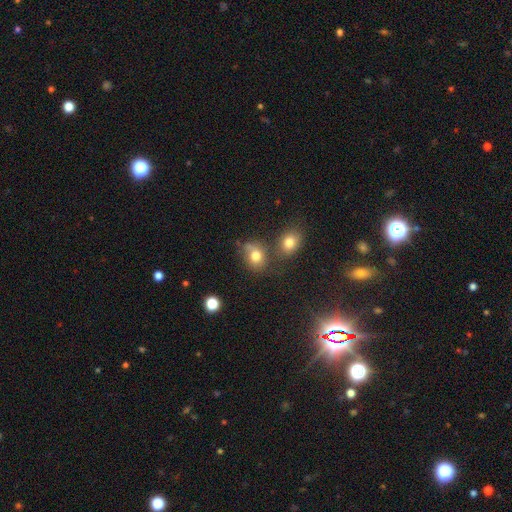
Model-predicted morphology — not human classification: Smooth or featured?
  - smooth: 76% *
  - star or artifact: 13%
  - featured or disk: 11%
How rounded?
  - round: 55% *
  - in between: 43%
  - cigar-shaped: 1%
Merging?
  - none: 53% *
  - merger: 22%
  - minor disturbance: 18%
  - major disturbance: 8%